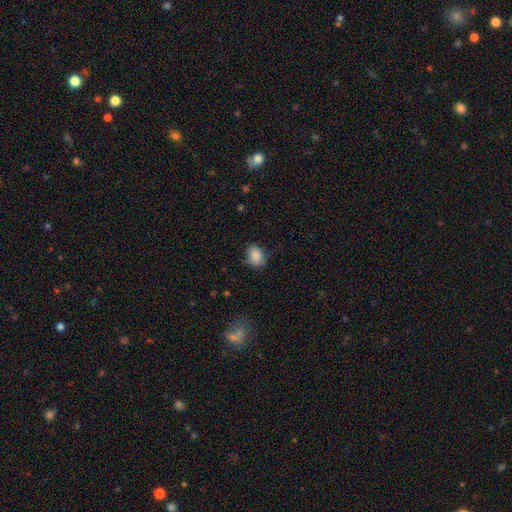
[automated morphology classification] Q: Smooth or featured?
A: smooth (87%); runner-up: star or artifact (8%)
Q: How rounded?
A: in between (74%); runner-up: round (25%)
Q: Merging?
A: none (73%); runner-up: minor disturbance (21%)